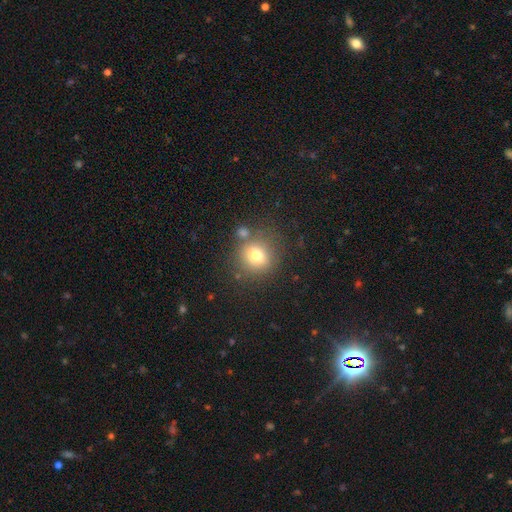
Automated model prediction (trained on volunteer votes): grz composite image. It shows a smooth galaxy with no disk features (74%) that is round (83%). Merging: none (72%).